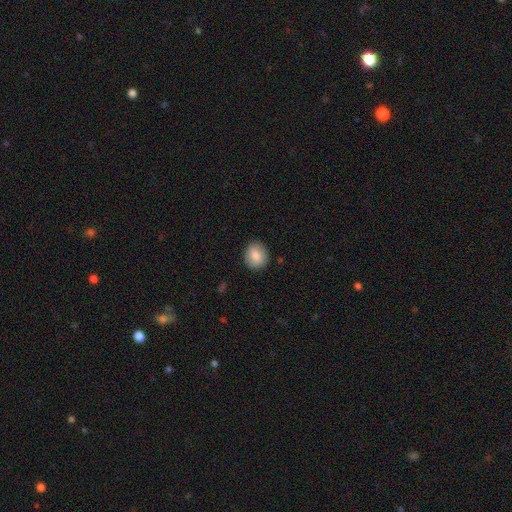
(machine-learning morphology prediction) This appears to be a smooth galaxy with no disk features (82%) that is round (76%). Merging: none (88%).